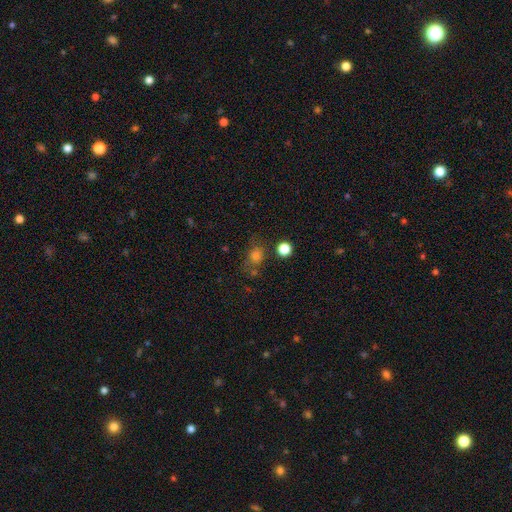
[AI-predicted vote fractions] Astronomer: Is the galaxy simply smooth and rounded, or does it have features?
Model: smooth — 68%.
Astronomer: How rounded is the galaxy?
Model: round — 58% (runner-up: in between, 40%).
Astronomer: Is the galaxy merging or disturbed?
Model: none — 64%.